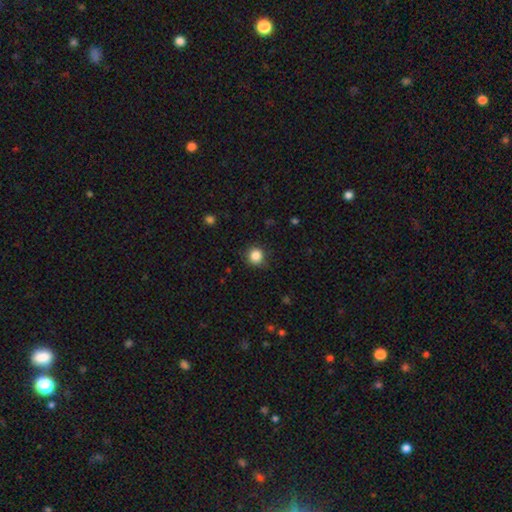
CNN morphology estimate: Overall: smooth (85%). How rounded: round (91%). Merging: none (85%).